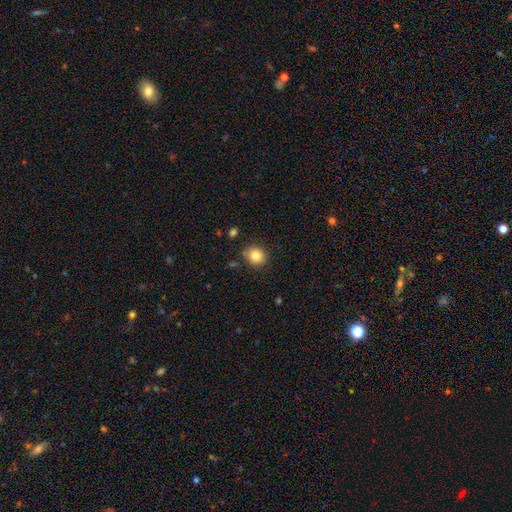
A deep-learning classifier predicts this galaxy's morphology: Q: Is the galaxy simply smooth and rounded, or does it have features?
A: smooth — 83%.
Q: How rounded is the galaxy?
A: round — 83%.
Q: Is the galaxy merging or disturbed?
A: none — 85%.